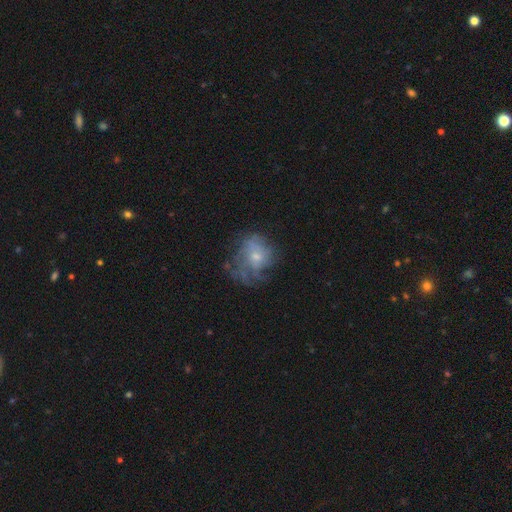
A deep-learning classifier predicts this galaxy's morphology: The model was most divided on "merging": none: 44%, major disturbance: 30%, minor disturbance: 23%, merger: 2%. More confident: edge-on disk — no (97%); bar — no (79%); spiral arms — yes (62%); smooth or featured — featured or disk (56%); bulge size — small (56%).